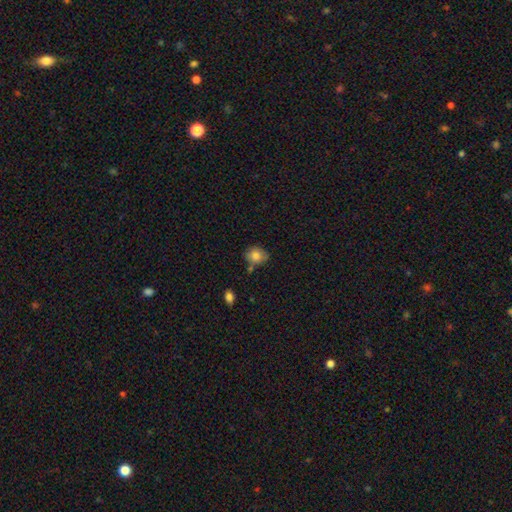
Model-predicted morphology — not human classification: Smooth or featured?
  - smooth: 80% *
  - featured or disk: 11%
  - star or artifact: 9%
How rounded?
  - round: 58% *
  - in between: 41%
  - cigar-shaped: 1%
Merging?
  - none: 67% *
  - minor disturbance: 20%
  - merger: 9%
  - major disturbance: 4%